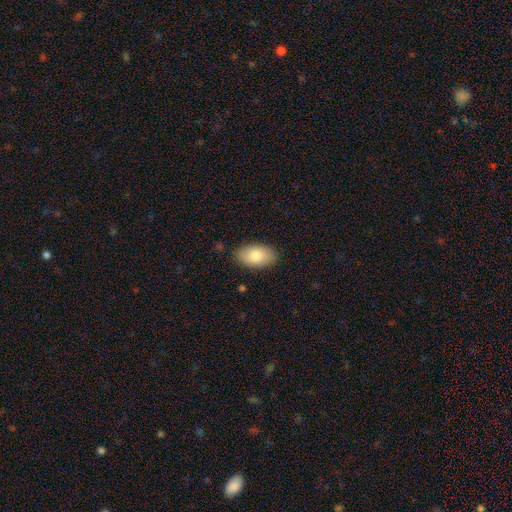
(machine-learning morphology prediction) A smooth galaxy with no disk features (82%) that is in between round and cigar-shaped (94%). Merging: none (86%).